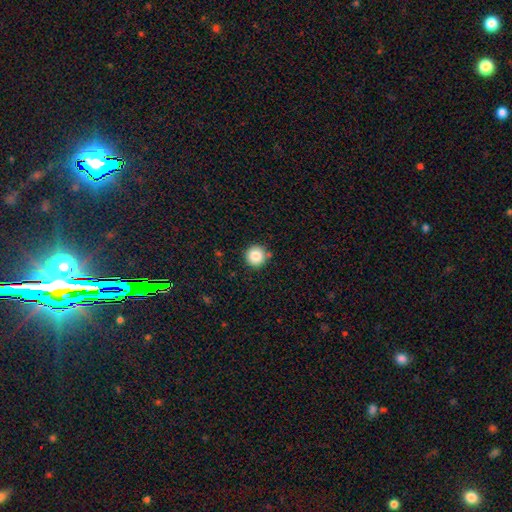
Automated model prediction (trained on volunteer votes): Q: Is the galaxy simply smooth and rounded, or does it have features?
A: smooth — 86%.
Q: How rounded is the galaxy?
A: round — 94%.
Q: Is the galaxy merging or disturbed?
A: none — 86%.